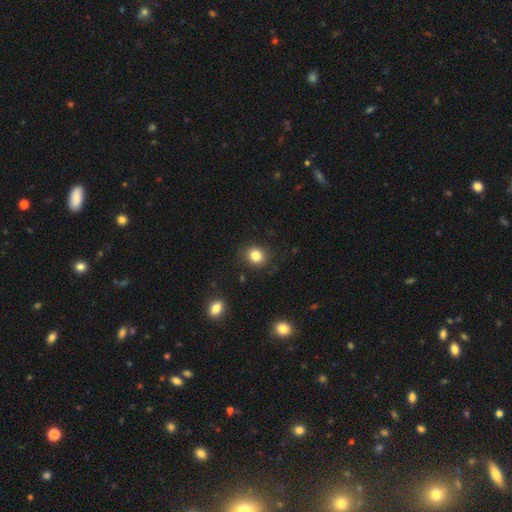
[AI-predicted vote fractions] Morphology: type=smooth (83%); roundness=round (67%); merging=none (86%).